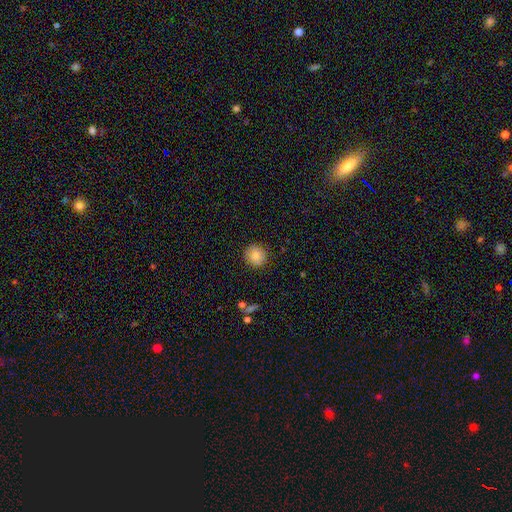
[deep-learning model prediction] A smooth galaxy with no disk features (82%) that is round (93%). Merging: none (89%).